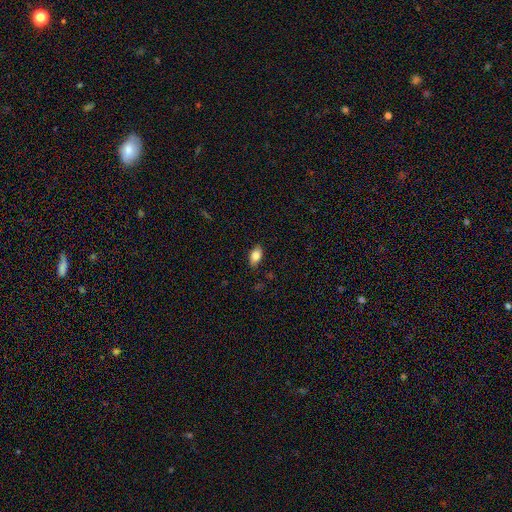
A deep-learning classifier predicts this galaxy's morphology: This is clearly a smooth galaxy (84%). How rounded: clearly in between (90%). Merging: clearly none (85%).